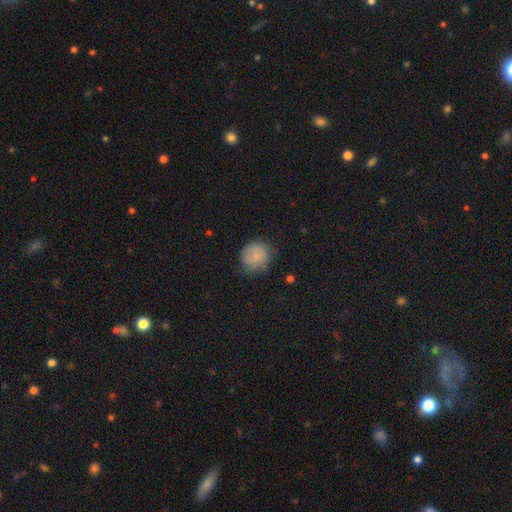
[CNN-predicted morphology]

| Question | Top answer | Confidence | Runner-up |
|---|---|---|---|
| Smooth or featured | smooth | 80% | featured or disk (11%) |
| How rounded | round | 85% | in between (14%) |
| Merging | none | 71% | minor disturbance (21%) |